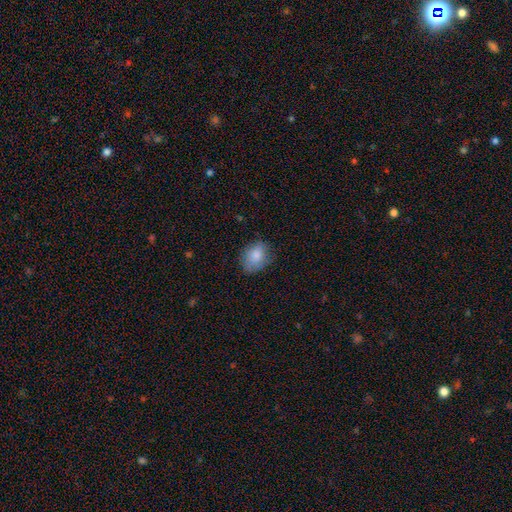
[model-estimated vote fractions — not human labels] Q: Smooth or featured?
A: smooth (85%); runner-up: featured or disk (8%)
Q: How rounded?
A: in between (71%); runner-up: round (27%)
Q: Merging?
A: none (75%); runner-up: minor disturbance (19%)